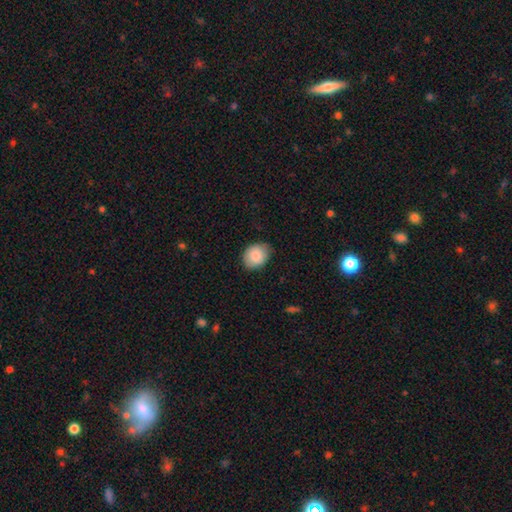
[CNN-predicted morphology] This appears to be a smooth galaxy with no disk features (86%) that is in between round and cigar-shaped (61%). Merging: none (77%).